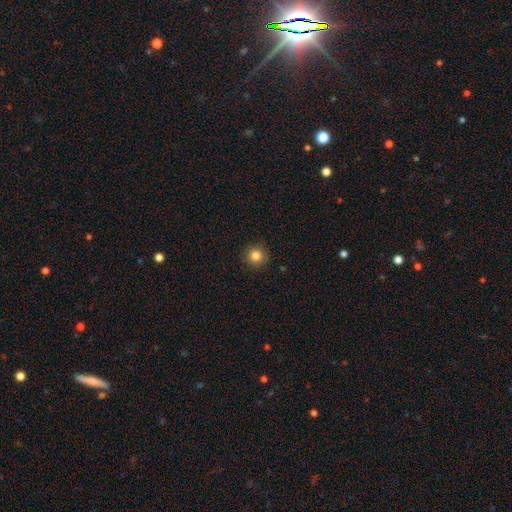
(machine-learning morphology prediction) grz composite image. It shows a smooth galaxy with no disk features (83%) that is round (95%). Merging: none (91%).